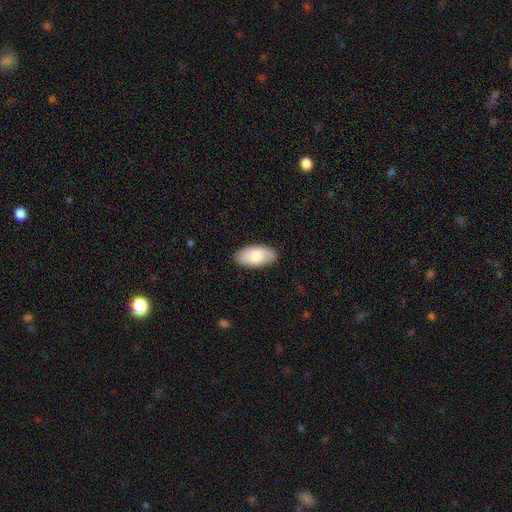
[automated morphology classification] Smooth or featured: smooth — 77% (featured or disk — 18%)
How rounded: in between — 95% (cigar-shaped — 3%)
Merging: none — 85% (minor disturbance — 12%)